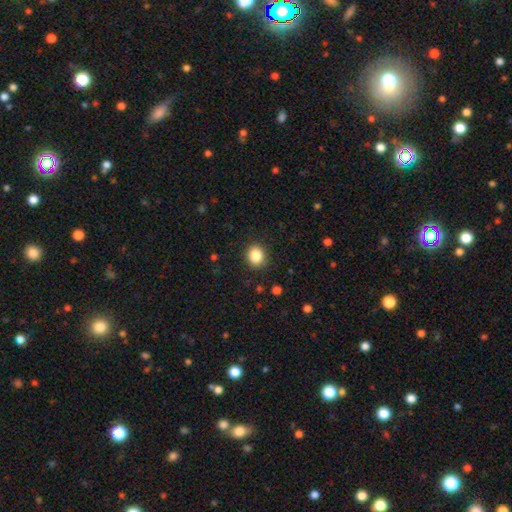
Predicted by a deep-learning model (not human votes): This is clearly a smooth galaxy (85%). How rounded: likely round (75%). Merging: clearly none (89%).